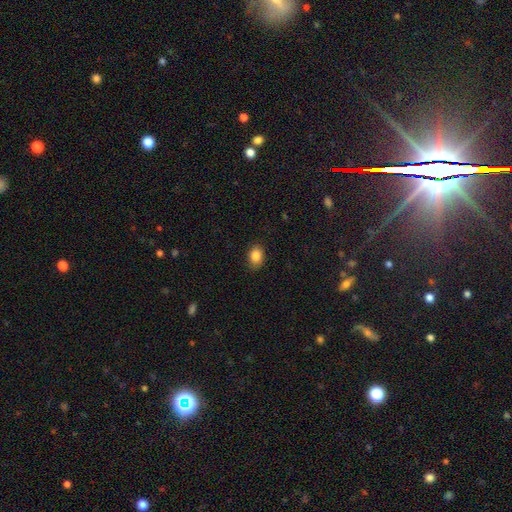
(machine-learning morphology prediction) The model was most divided on "how rounded": in between: 71%, round: 28%, cigar-shaped: 1%. More confident: merging — none (86%); smooth or featured — smooth (86%).